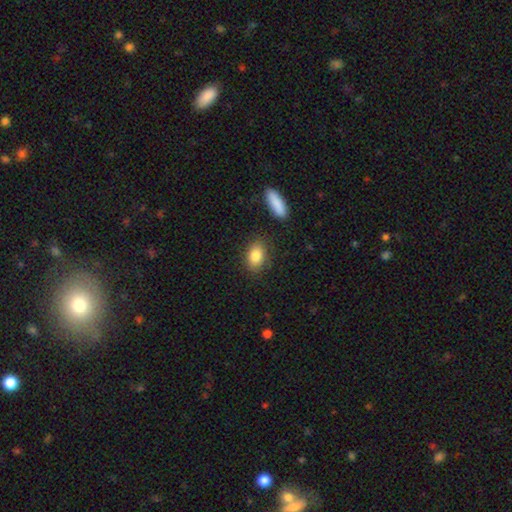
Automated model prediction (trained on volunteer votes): This is clearly a smooth galaxy (84%). How rounded: clearly in between (84%). Merging: clearly none (82%).